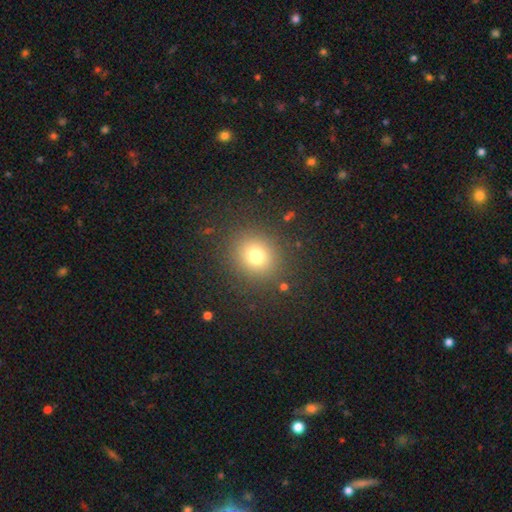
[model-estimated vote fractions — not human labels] This appears to be a smooth galaxy with no disk features (73%) that is round (84%). Merging: none (87%).